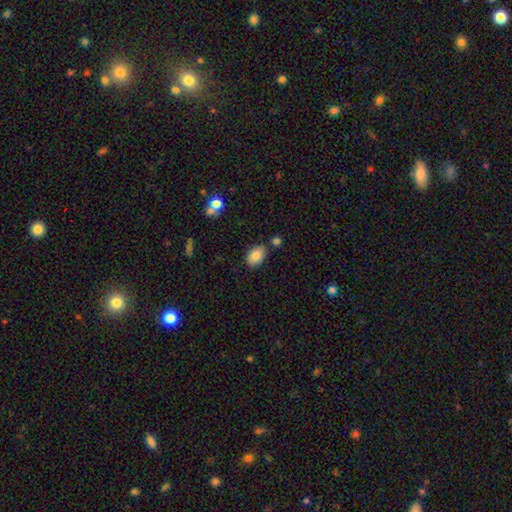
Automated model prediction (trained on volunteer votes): Smooth or featured: smooth — 85% (star or artifact — 8%)
How rounded: in between — 88% (round — 10%)
Merging: none — 77% (minor disturbance — 13%)